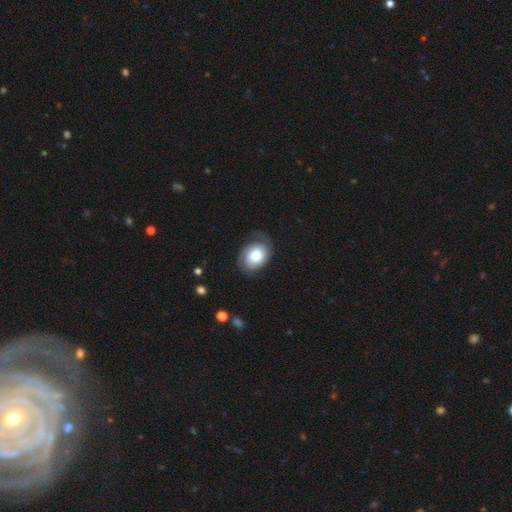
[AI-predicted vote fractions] smooth-or-featured: smooth: 47% | featured or disk: 46% | star or artifact: 7%
  merging: none: 61% | minor disturbance: 25% | major disturbance: 12% | merger: 1%